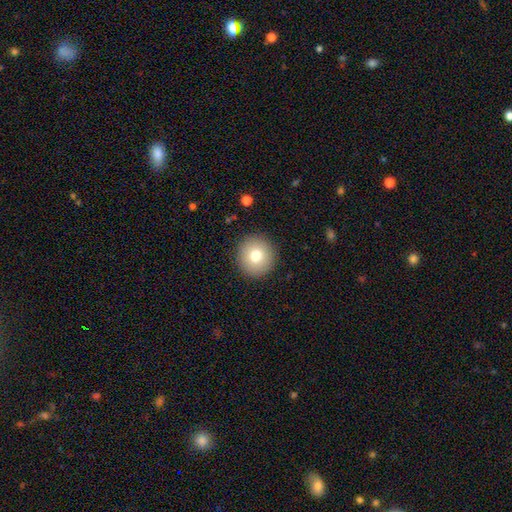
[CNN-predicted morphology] Overall: smooth (77%). How rounded: round (94%). Merging: none (91%).